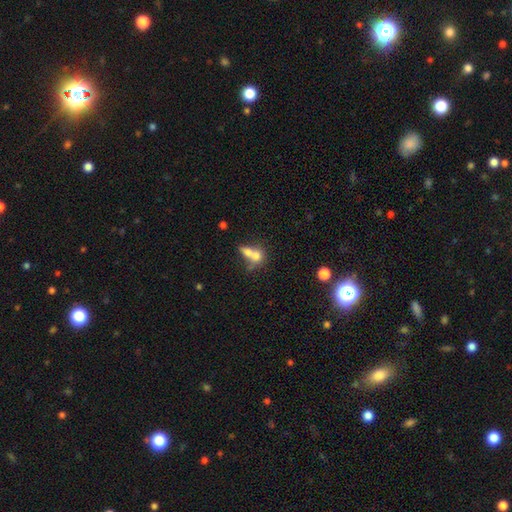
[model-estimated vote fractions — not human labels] smooth-or-featured: smooth: 70% | featured or disk: 20% | star or artifact: 10%
  how-rounded: round: 53% | in between: 43% | cigar-shaped: 4%
  merging: merger: 67% | none: 22% | minor disturbance: 7% | major disturbance: 5%